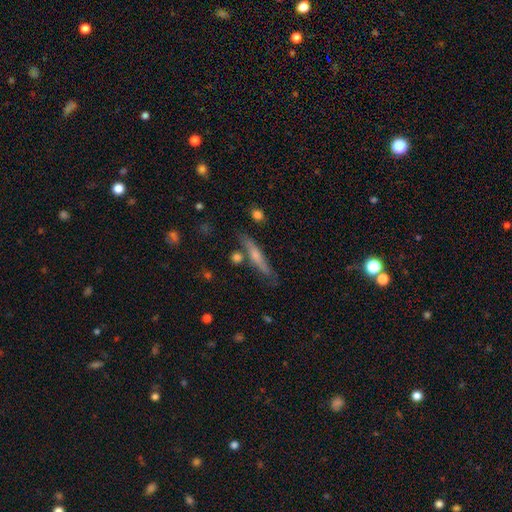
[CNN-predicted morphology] type=featured or disk (48%); merging=none (73%).